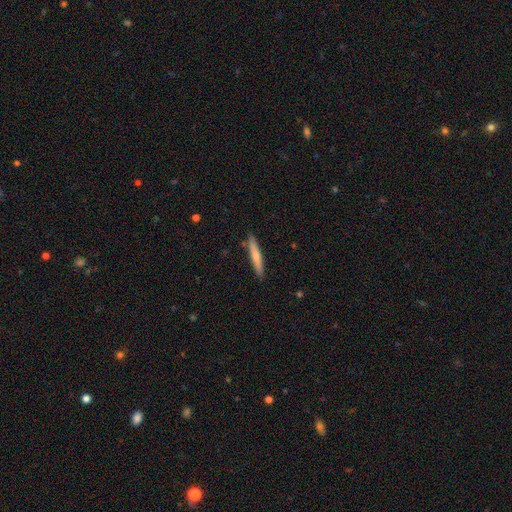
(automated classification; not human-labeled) smooth_or_featured: smooth (p=0.65) [alt: featured or disk p=0.29]
how_rounded: cigar-shaped (p=0.93) [alt: in between p=0.06]
merging: none (p=0.87) [alt: minor disturbance p=0.09]